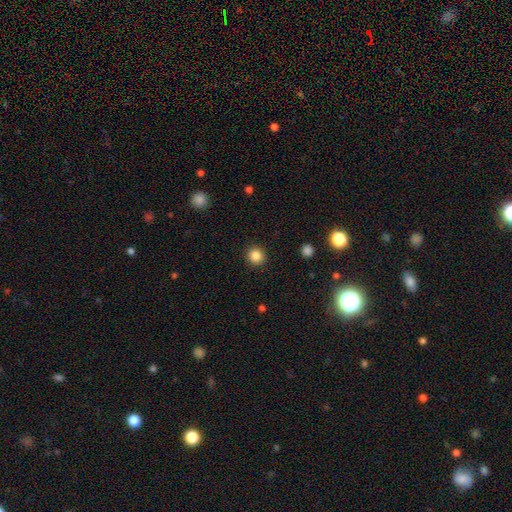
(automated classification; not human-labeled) Smooth or featured? Predicted: smooth (p=0.85). How rounded? Predicted: round (p=0.92). Merging? Predicted: none (p=0.92).